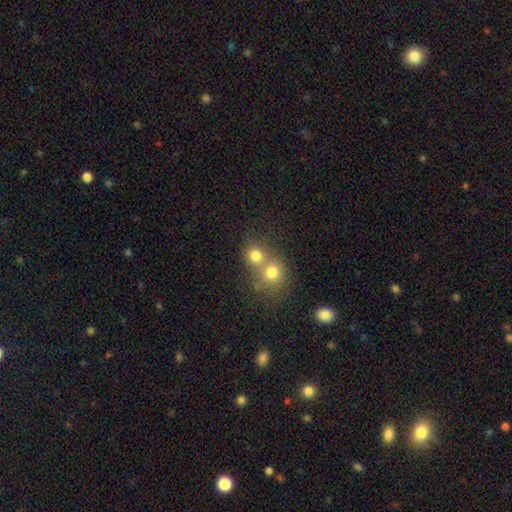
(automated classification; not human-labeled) This is likely a smooth galaxy (77%). How rounded: clearly round (82%). Merging: possibly merger (55%).